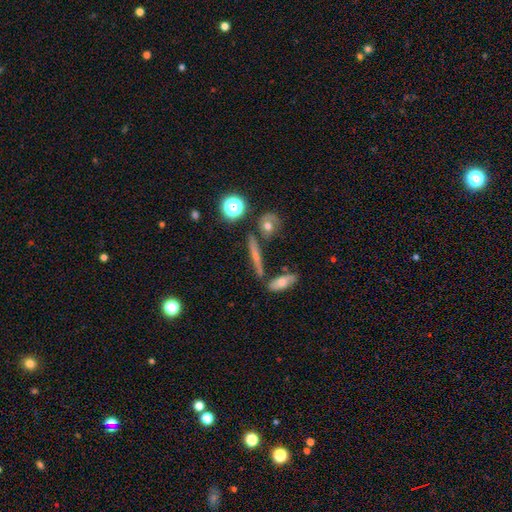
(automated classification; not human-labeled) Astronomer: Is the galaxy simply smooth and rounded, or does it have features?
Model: featured or disk — 43% (runner-up: smooth, 42%).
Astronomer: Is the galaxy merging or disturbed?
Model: none — 77%.